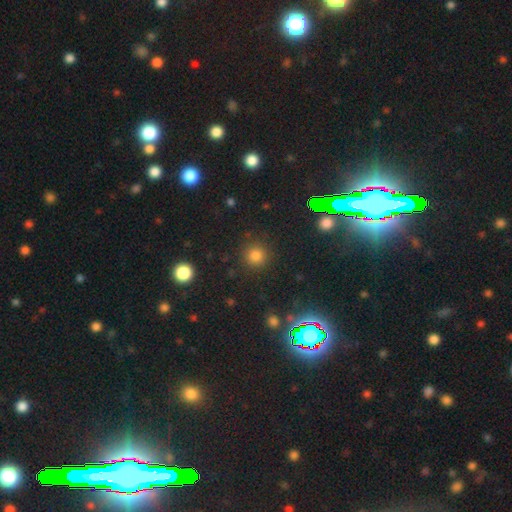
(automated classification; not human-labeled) Overall: smooth (78%). How rounded: round (93%). Merging: none (88%).